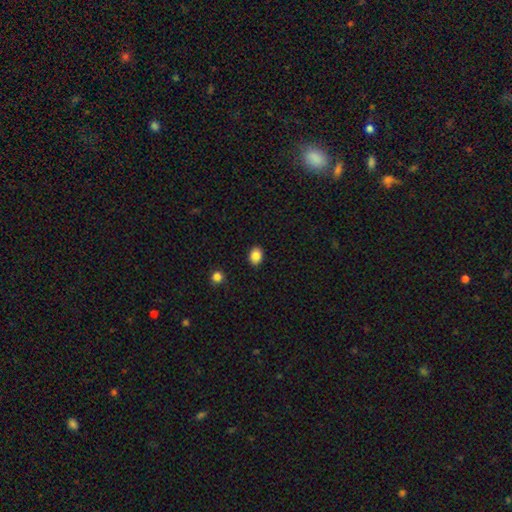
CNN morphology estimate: Smooth or featured? smooth (86%)
How rounded? in between (65%)
Merging? none (89%)